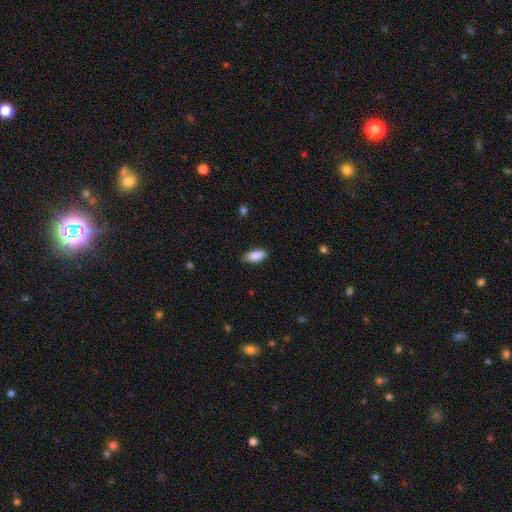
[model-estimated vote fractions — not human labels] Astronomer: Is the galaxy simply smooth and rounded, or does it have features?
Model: smooth — 88%.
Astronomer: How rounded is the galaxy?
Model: in between — 83%.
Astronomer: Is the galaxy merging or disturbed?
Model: none — 79%.